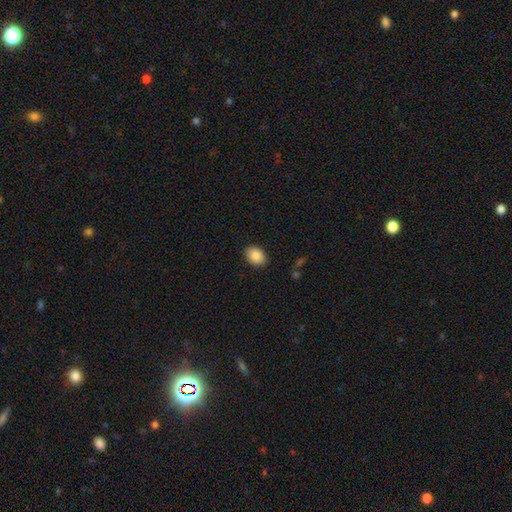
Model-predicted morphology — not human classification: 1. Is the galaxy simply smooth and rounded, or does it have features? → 88% smooth, 7% star or artifact, 4% featured or disk.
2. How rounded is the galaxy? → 70% in between, 29% round, 1% cigar-shaped.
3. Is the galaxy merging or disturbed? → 89% none, 8% minor disturbance, 2% major disturbance, 1% merger.